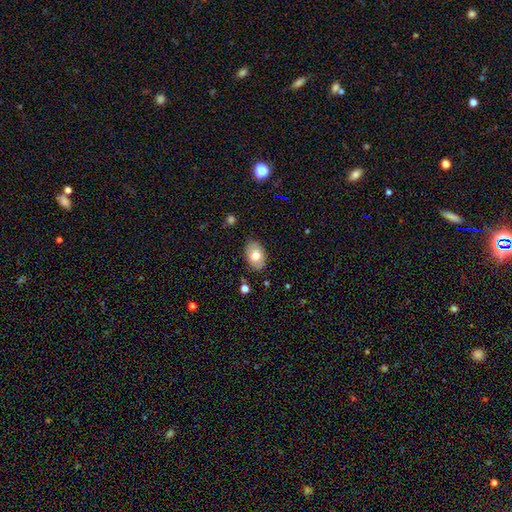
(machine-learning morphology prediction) Overall: smooth (73%). How rounded: in between (87%). Merging: none (85%).